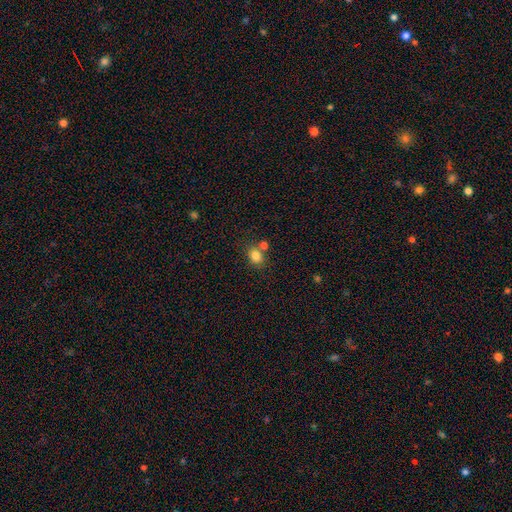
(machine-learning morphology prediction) This is clearly a smooth galaxy (82%). How rounded: possibly round (50%). Merging: likely none (64%).